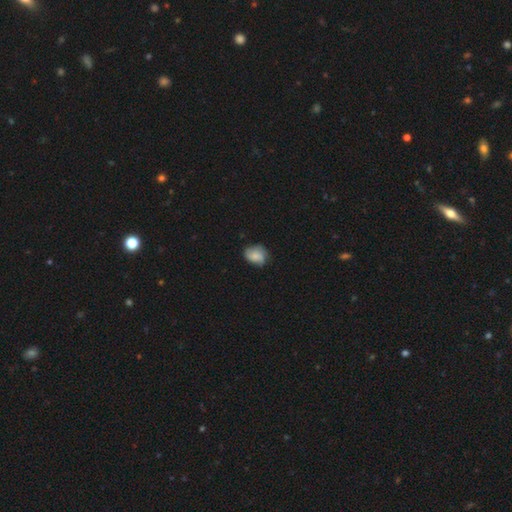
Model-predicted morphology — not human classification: Q: Smooth or featured?
A: smooth (66%); runner-up: featured or disk (27%)
Q: How rounded?
A: in between (59%); runner-up: round (40%)
Q: Merging?
A: none (61%); runner-up: minor disturbance (29%)